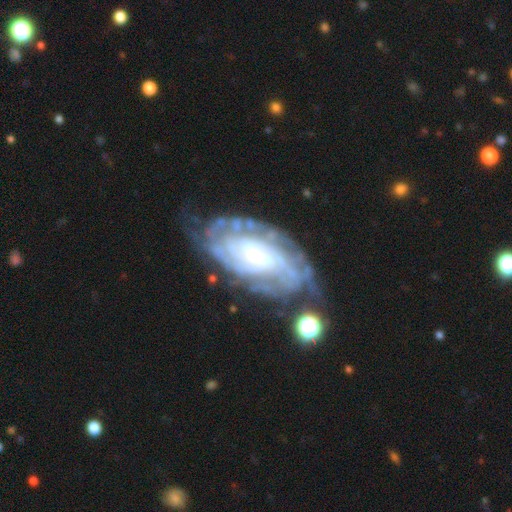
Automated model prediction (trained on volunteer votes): Overall: featured or disk (86%). Edge-on disk: no (95%). Bar: no (65%; weak 26%). Spiral arms: yes (95%). Spiral arm count: can't tell (41%; 2 15%). Spiral winding: tight (75%). Bulge size: small (72%). Merging: none (65%).